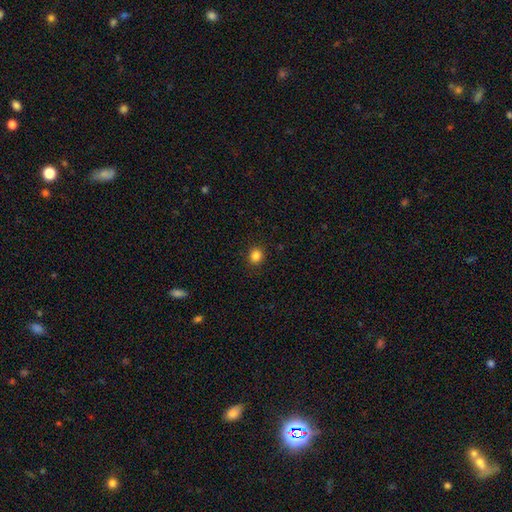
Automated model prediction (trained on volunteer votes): The model was most divided on "smooth or featured": smooth: 84%, star or artifact: 12%, featured or disk: 4%. More confident: merging — none (91%); how rounded — round (88%).